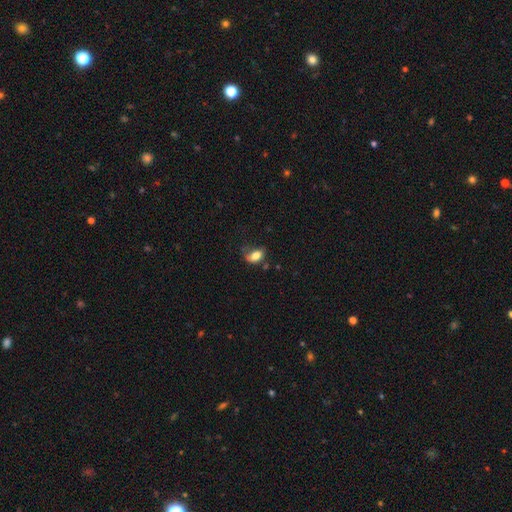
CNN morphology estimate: Smooth or featured?
  - smooth: 77% *
  - featured or disk: 14%
  - star or artifact: 8%
How rounded?
  - in between: 86% *
  - round: 12%
  - cigar-shaped: 2%
Merging?
  - none: 41% *
  - minor disturbance: 33%
  - major disturbance: 20%
  - merger: 5%